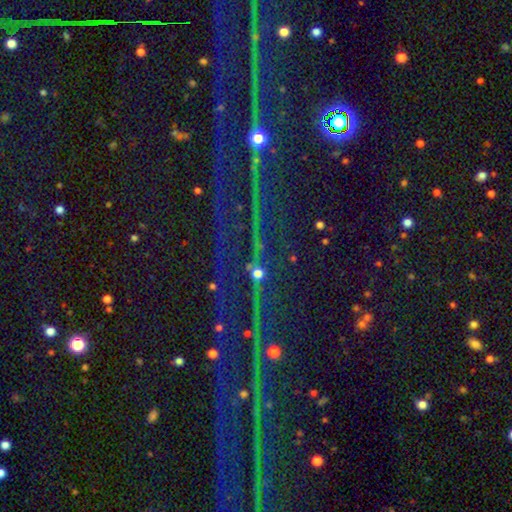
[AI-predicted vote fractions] Smooth or featured: star or artifact — 84% (featured or disk — 8%)